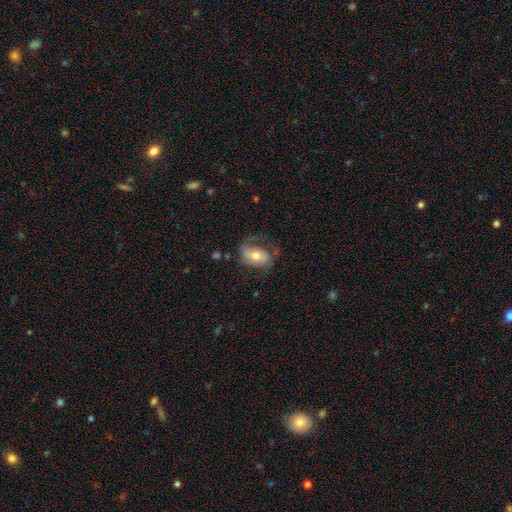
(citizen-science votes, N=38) Smooth or featured?
  - featured or disk: 63% *
  - smooth: 32%
  - star or artifact: 5%
Edge-on disk?
  - no: 88% *
  - yes: 12%
Bar?
  - strong: 38% * (tied)
  - no: 38% * (tied)
  - weak: 24%
Spiral arms?
  - yes: 90% *
  - no: 10%
Spiral winding?
  - medium: 63% *
  - loose: 21%
  - tight: 16%
Spiral arm count?
  - 2: 95% *
  - can't tell: 5%
  - 1: 0%
  - 3: 0%
  - 4: 0%
  - more than 4: 0%
Bulge size?
  - moderate: 71% *
  - small: 19%
  - large: 10%
  - dominant: 0%
  - none: 0%
Merging?
  - none: 50% *
  - major disturbance: 22%
  - minor disturbance: 19%
  - merger: 8%